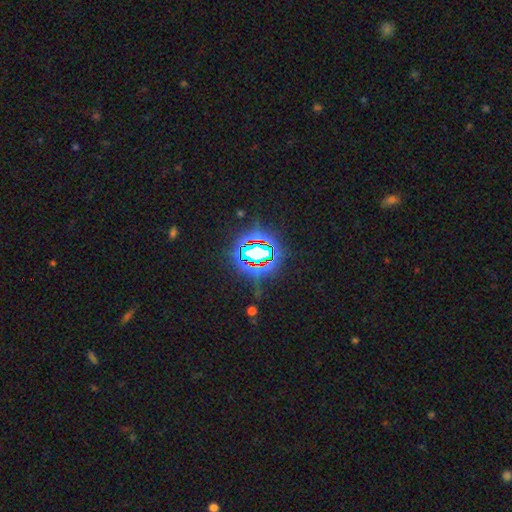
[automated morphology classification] Smooth or featured? Predicted: star or artifact (p=0.76).